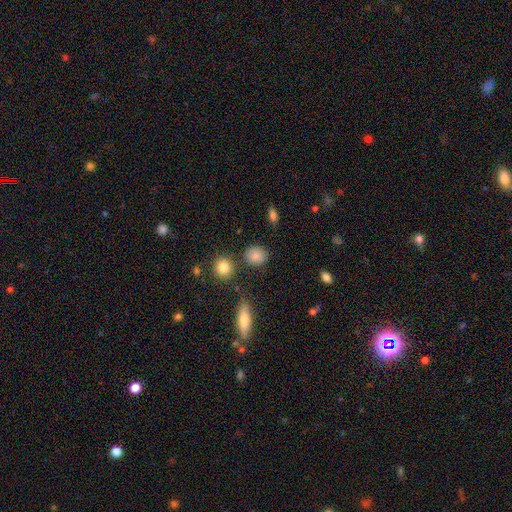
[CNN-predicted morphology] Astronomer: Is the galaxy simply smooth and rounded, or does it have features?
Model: smooth — 82%.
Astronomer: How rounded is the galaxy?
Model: round — 77%.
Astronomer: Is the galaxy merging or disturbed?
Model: none — 83%.